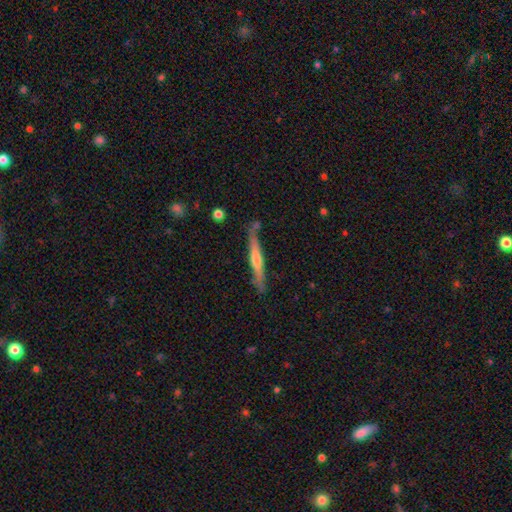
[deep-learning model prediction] Q: Smooth or featured?
A: featured or disk (58%); runner-up: smooth (36%)
Q: Edge-on disk?
A: yes (94%); runner-up: no (6%)
Q: Edge-on bulge?
A: rounded (49%); runner-up: none (36%)
Q: Merging?
A: none (80%); runner-up: minor disturbance (14%)